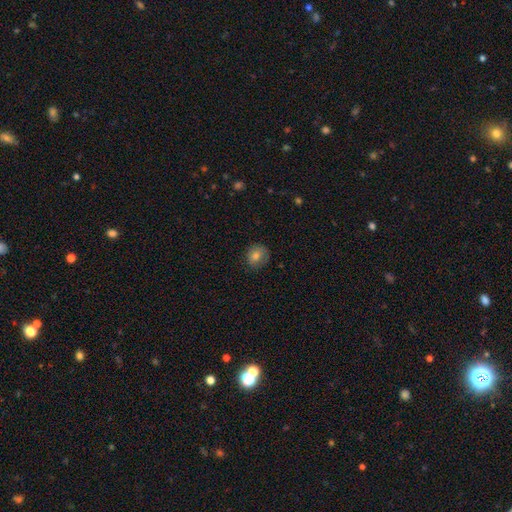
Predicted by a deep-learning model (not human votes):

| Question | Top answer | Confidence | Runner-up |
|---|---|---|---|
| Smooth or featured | smooth | 75% | featured or disk (15%) |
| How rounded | round | 71% | in between (28%) |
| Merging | none | 76% | minor disturbance (18%) |